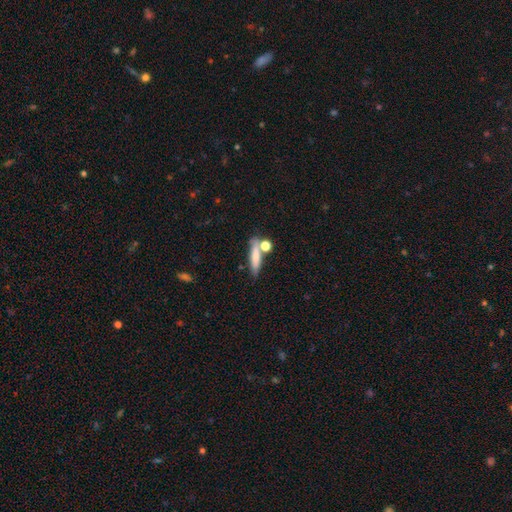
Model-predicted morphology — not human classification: A smooth galaxy with no disk features (72%) that is cigar-shaped (66%). Merging: none (56%).